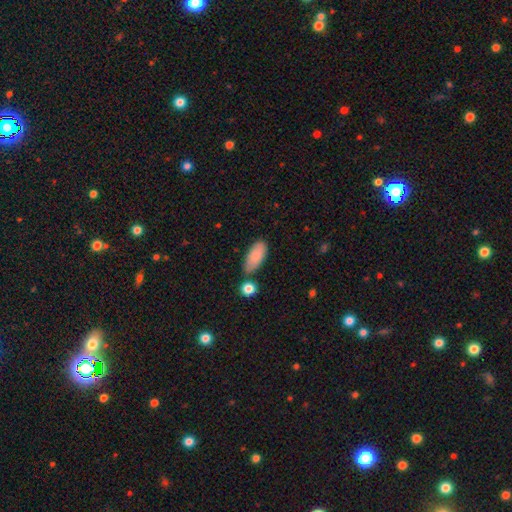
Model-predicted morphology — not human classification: Overall: smooth (86%). How rounded: in between (88%). Merging: none (68%).